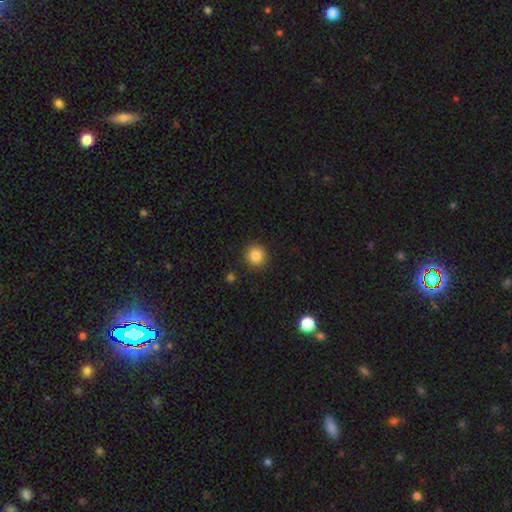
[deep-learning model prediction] smooth_or_featured: smooth (p=0.85) [alt: star or artifact p=0.10]
how_rounded: round (p=0.92) [alt: in between p=0.07]
merging: none (p=0.91) [alt: minor disturbance p=0.06]